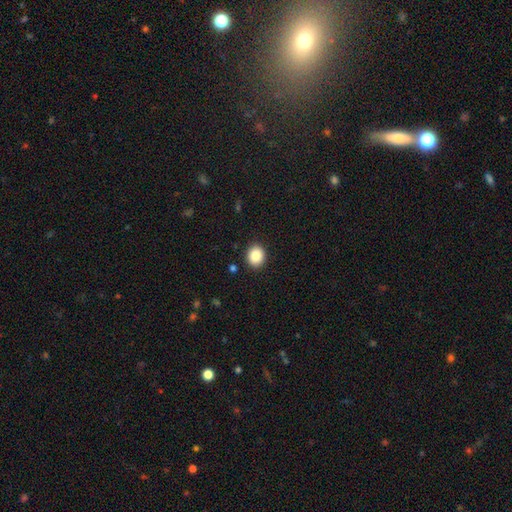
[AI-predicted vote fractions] Smooth or featured: smooth — 87% (star or artifact — 9%)
How rounded: round — 68% (in between — 31%)
Merging: none — 91% (minor disturbance — 6%)